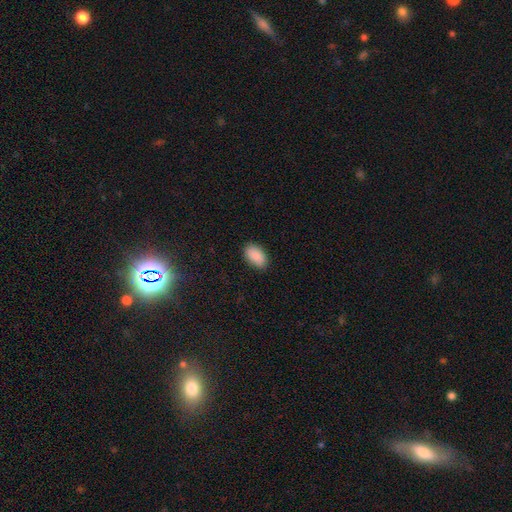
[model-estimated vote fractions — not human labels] This appears to be a smooth galaxy with no disk features (89%) that is in between round and cigar-shaped (94%). Merging: none (86%).